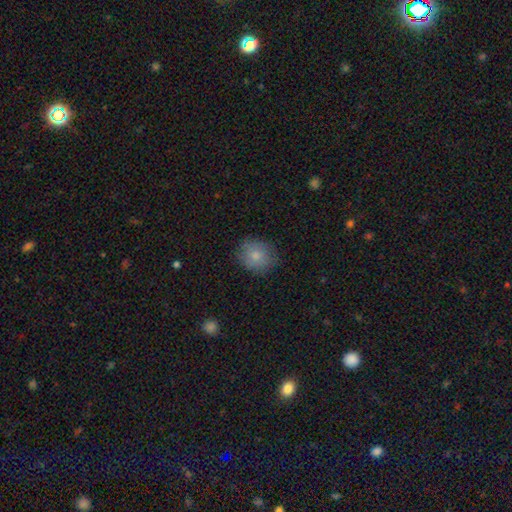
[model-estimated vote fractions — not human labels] smooth-or-featured: smooth: 80% | featured or disk: 12% | star or artifact: 8%
  how-rounded: round: 72% | in between: 27% | cigar-shaped: 1%
  merging: none: 79% | minor disturbance: 16% | major disturbance: 4% | merger: 1%